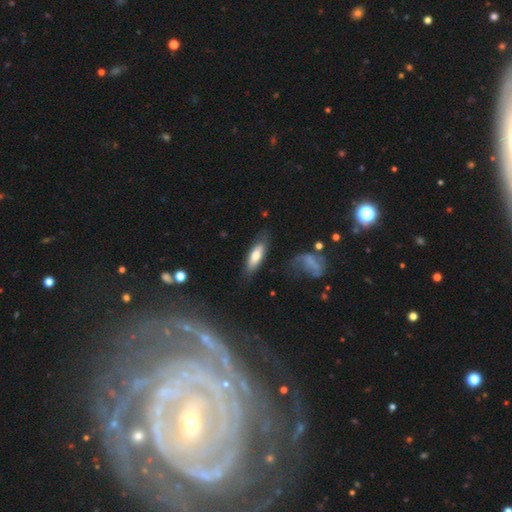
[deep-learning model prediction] The model was most divided on "how rounded": in between: 55%, cigar-shaped: 43%, round: 2%. More confident: merging — none (74%); smooth or featured — smooth (69%).